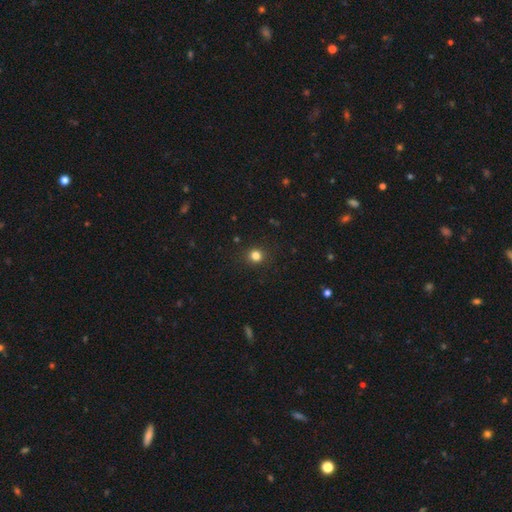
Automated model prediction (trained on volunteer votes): This is clearly a smooth galaxy (81%). How rounded: clearly round (89%). Merging: clearly none (91%).